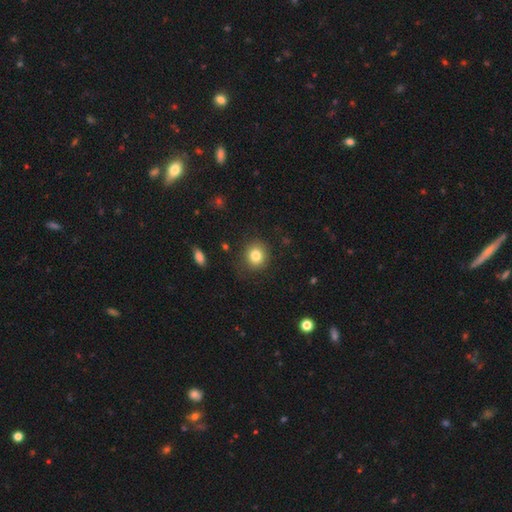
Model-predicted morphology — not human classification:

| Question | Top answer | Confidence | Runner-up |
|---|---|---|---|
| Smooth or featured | smooth | 82% | star or artifact (10%) |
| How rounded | round | 83% | in between (16%) |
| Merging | none | 84% | minor disturbance (11%) |